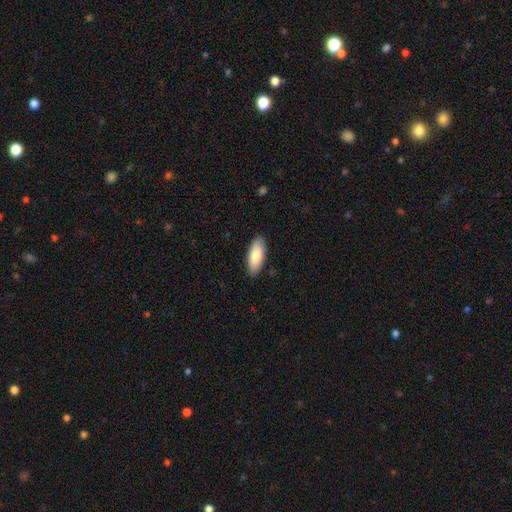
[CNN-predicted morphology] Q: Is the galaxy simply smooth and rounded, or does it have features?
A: smooth — 82%.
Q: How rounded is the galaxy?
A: in between — 79%.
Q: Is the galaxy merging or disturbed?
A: none — 88%.